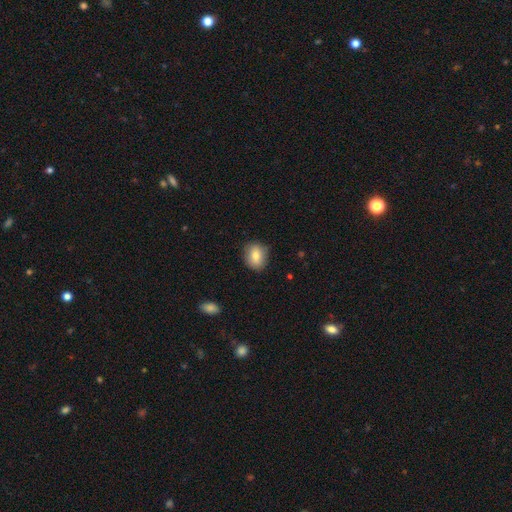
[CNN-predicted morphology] A smooth galaxy with no disk features (80%) that is round (51%). Merging: none (83%).